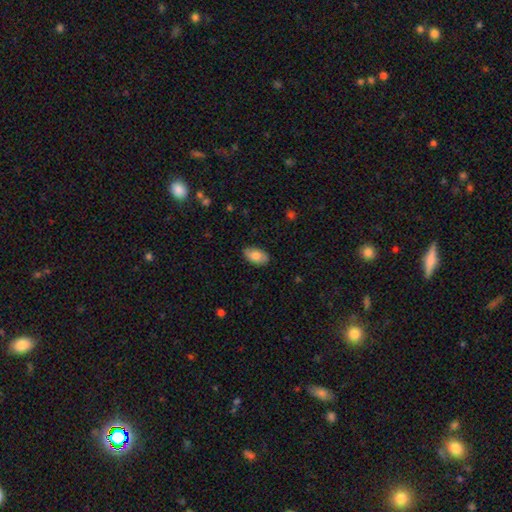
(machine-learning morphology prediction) The model was most divided on "smooth or featured": smooth: 77%, featured or disk: 17%, star or artifact: 6%. More confident: how rounded — in between (94%); merging — none (84%).